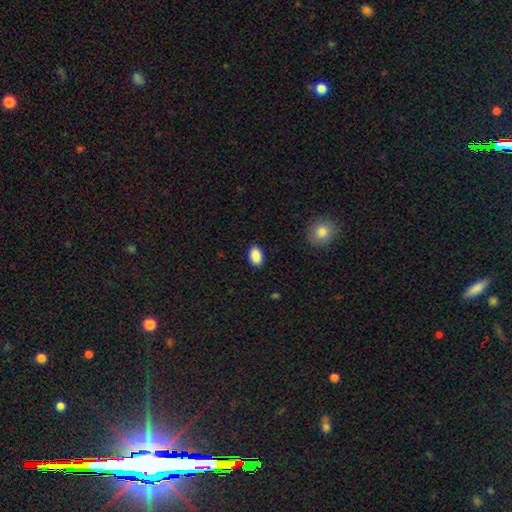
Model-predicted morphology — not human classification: Smooth or featured? Predicted: smooth (p=0.89). How rounded? Predicted: in between (p=0.89). Merging? Predicted: none (p=0.88).